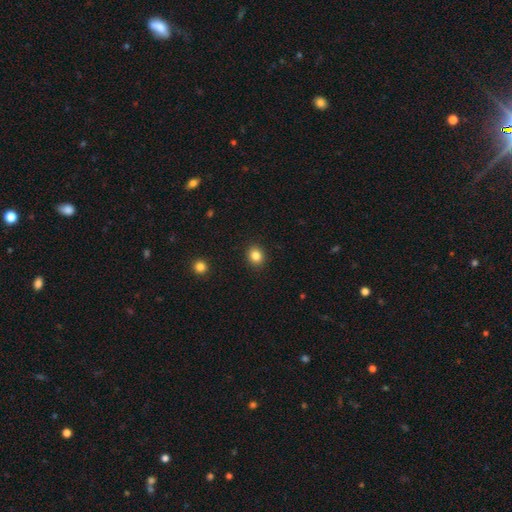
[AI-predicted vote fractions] This is clearly a smooth galaxy (84%). How rounded: likely round (70%). Merging: clearly none (91%).